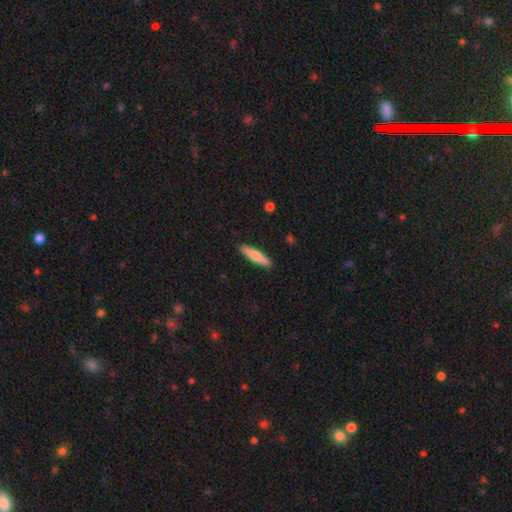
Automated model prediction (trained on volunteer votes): The model was most divided on "smooth or featured": smooth: 63%, featured or disk: 32%, star or artifact: 5%. More confident: merging — none (89%); how rounded — cigar-shaped (87%).